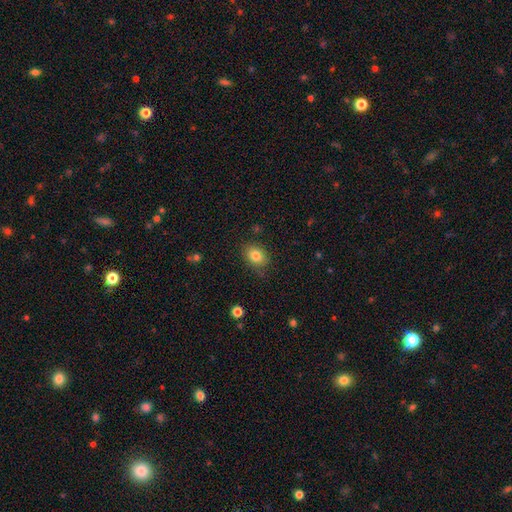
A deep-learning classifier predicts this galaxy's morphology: This appears to be a smooth galaxy with no disk features (82%) that is in between round and cigar-shaped (63%). Merging: none (78%).